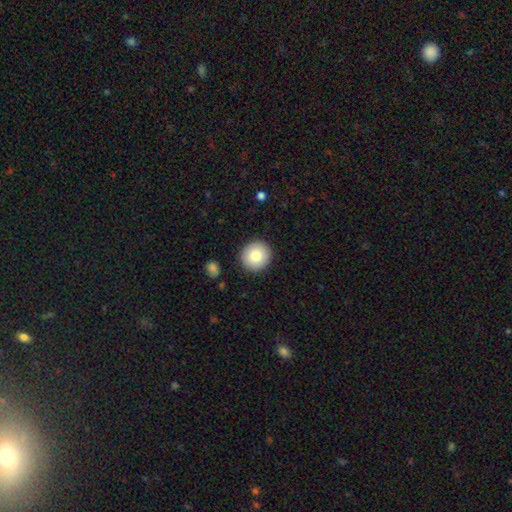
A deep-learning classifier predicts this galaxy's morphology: Overall: smooth (81%). How rounded: round (93%). Merging: none (91%).